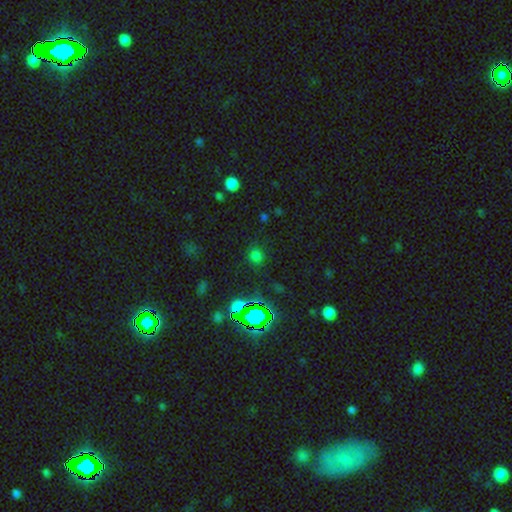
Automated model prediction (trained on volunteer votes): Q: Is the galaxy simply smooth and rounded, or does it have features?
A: smooth — 61%.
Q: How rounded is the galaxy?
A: round — 83%.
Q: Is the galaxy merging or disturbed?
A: none — 83%.